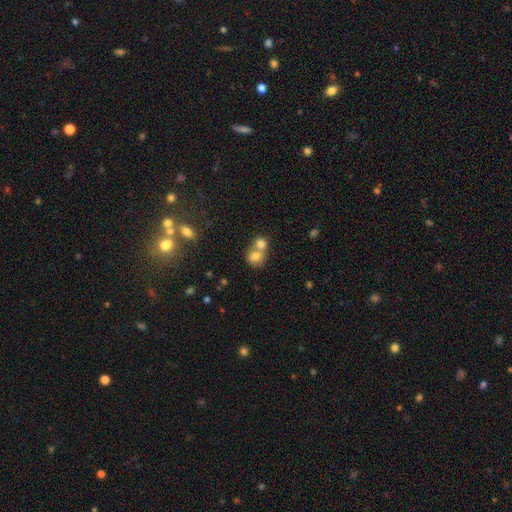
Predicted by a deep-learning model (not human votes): Smooth or featured: smooth — 75% (featured or disk — 15%)
How rounded: round — 71% (in between — 28%)
Merging: merger — 65% (none — 27%)